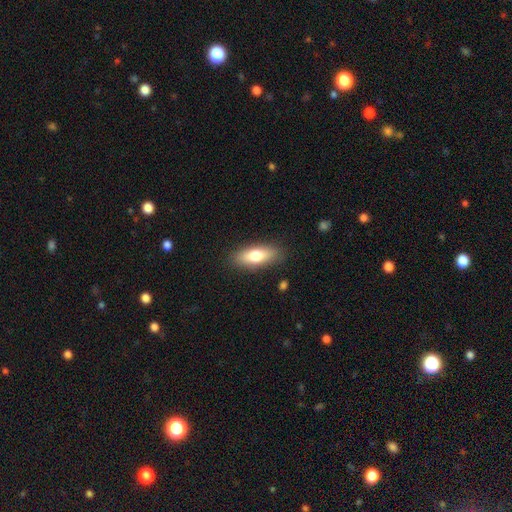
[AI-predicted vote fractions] This is likely a smooth galaxy (73%). How rounded: likely in between (68%). Merging: clearly none (85%).